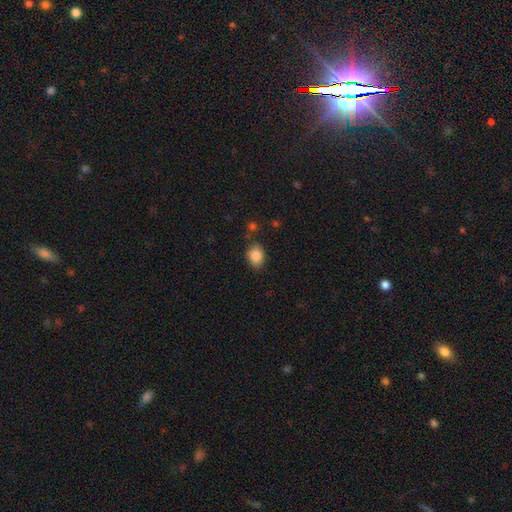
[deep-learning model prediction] A smooth galaxy with no disk features (86%) that is in between round and cigar-shaped (59%). Merging: none (75%).